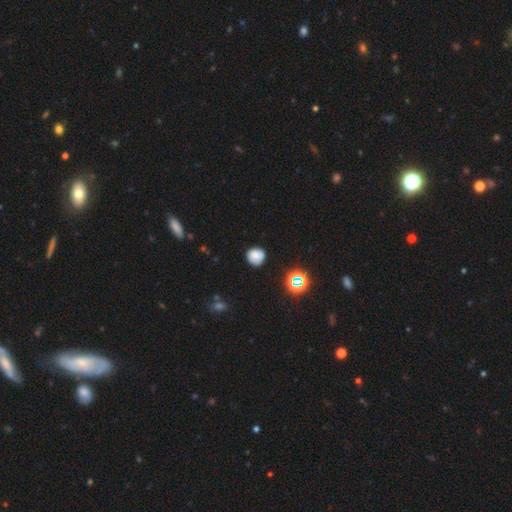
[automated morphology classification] A smooth galaxy with no disk features (75%) that is round (90%). Merging: none (75%).